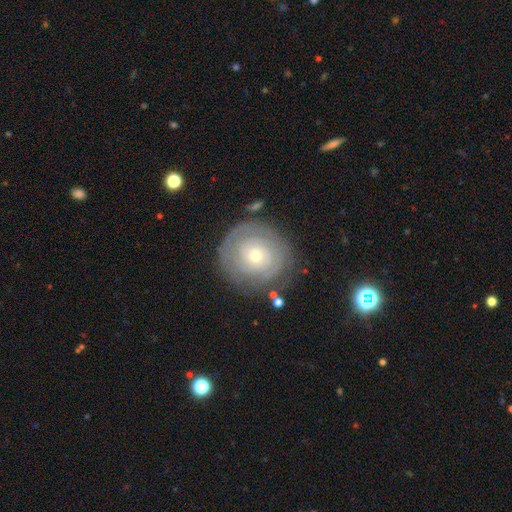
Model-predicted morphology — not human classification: featured or disk 66%, smooth 28%, star or artifact 7%. Down the decision tree: edge-on disk — no (97%); bar — no (86%); spiral arms — yes (70%); bulge size — small (61%); merging — none (78%).